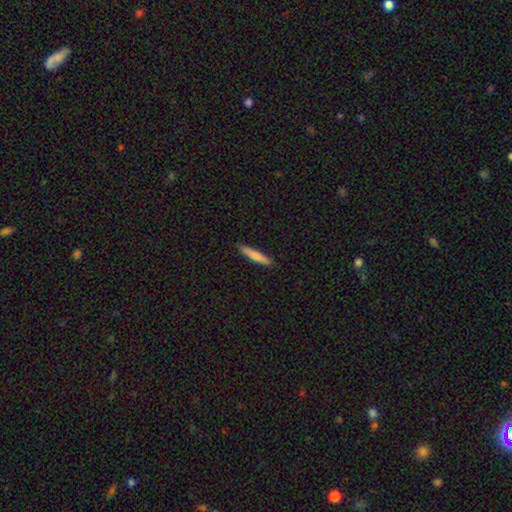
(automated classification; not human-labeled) Smooth or featured? smooth (71%)
How rounded? cigar-shaped (92%)
Merging? none (91%)